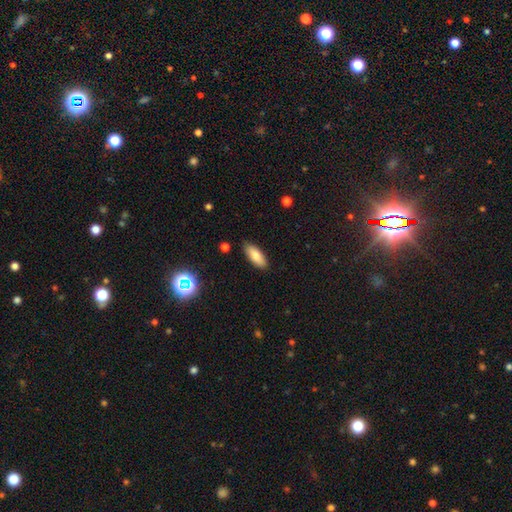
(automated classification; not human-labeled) Morphology: type=smooth (82%); roundness=in between (76%); merging=none (88%).